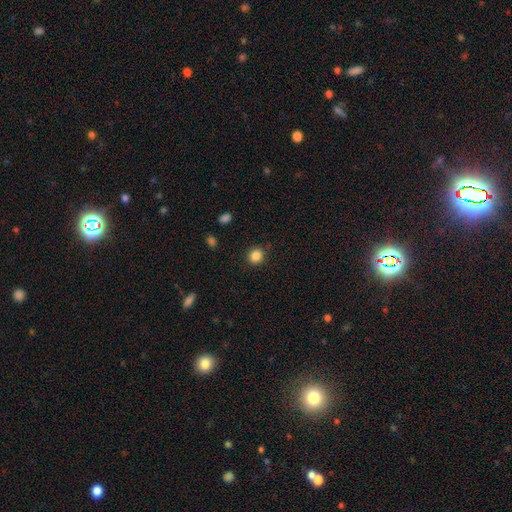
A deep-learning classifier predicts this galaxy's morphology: A smooth galaxy with no disk features (85%) that is round (84%). Merging: none (89%).